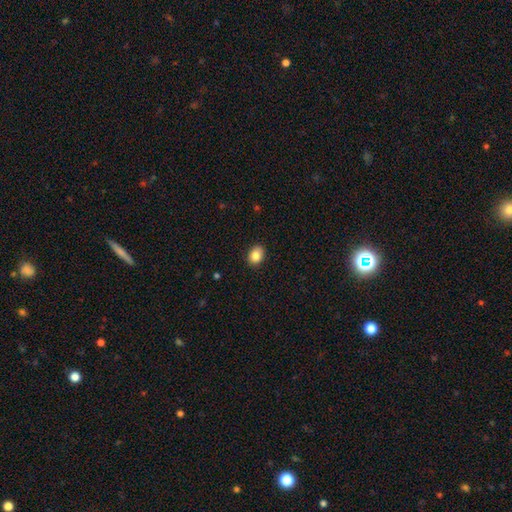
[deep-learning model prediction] This is clearly a smooth galaxy (86%). How rounded: likely in between (68%). Merging: clearly none (88%).